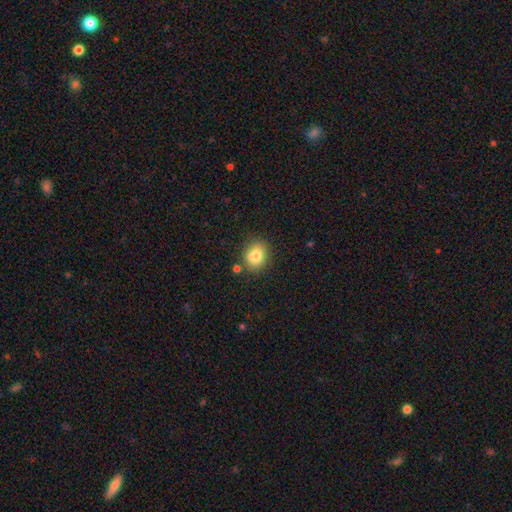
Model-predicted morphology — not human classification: This appears to be a smooth galaxy with no disk features (82%) that is round (59%). Merging: none (79%).